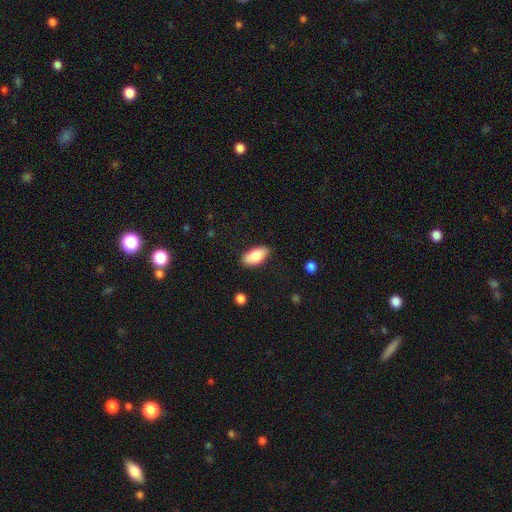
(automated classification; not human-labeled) Smooth or featured? smooth (81%)
How rounded? in between (92%)
Merging? none (85%)